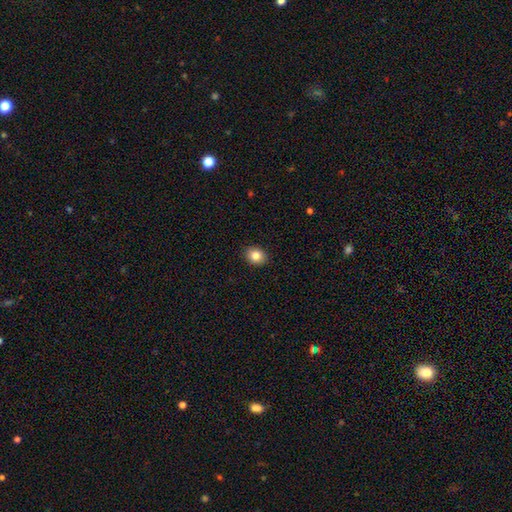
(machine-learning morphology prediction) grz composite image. It shows a smooth galaxy with no disk features (83%) that is round (57%). Merging: none (91%).